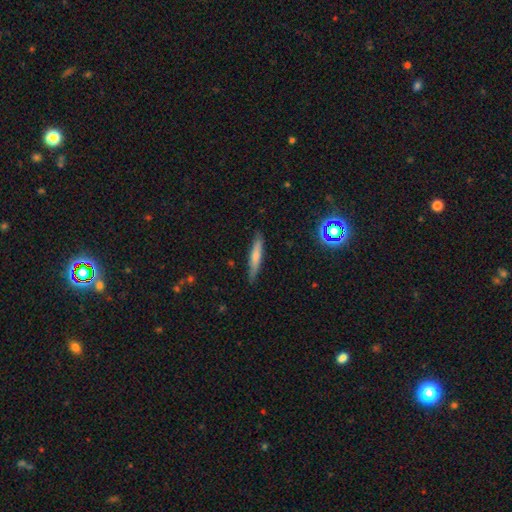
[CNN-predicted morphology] The model was most divided on "smooth or featured": smooth: 66%, featured or disk: 27%, star or artifact: 7%. More confident: how rounded — cigar-shaped (91%); merging — none (86%).